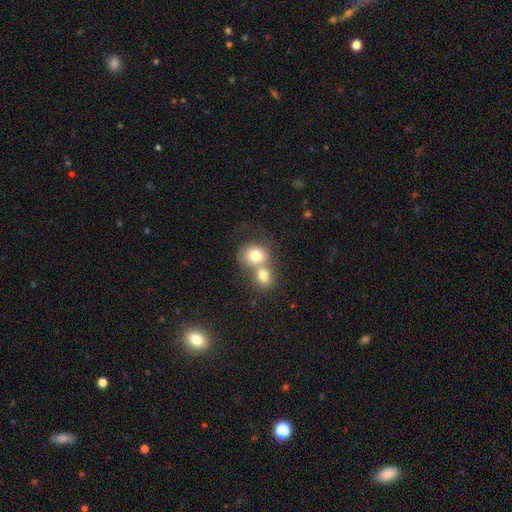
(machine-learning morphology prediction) type=smooth (75%); roundness=round (69%); merging=merger (64%).